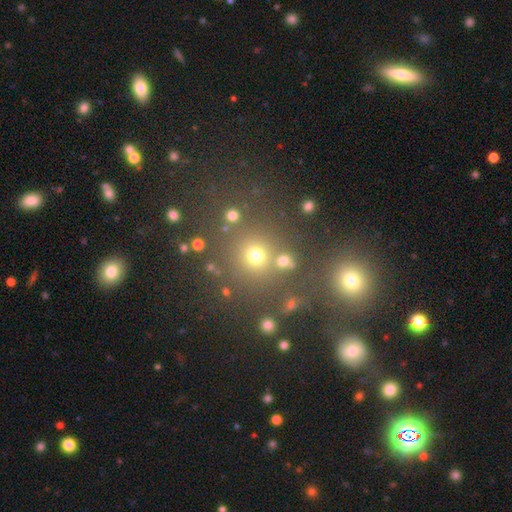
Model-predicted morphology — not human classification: A smooth galaxy with no disk features (69%) that is round (89%).

Vote fractions:
- Smooth or featured? smooth: 69% / star or artifact: 23% / featured or disk: 8%
- How rounded? round: 89% / in between: 10% / cigar-shaped: 1%
- Merging? none: 70% / merger: 16% / minor disturbance: 9% / major disturbance: 5%